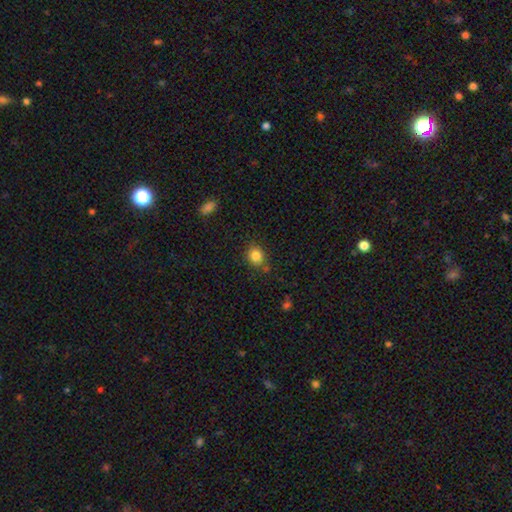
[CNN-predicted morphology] smooth-or-featured: smooth: 84% | star or artifact: 10% | featured or disk: 6%
  how-rounded: round: 68% | in between: 32% | cigar-shaped: 1%
  merging: none: 77% | minor disturbance: 14% | merger: 6% | major disturbance: 4%